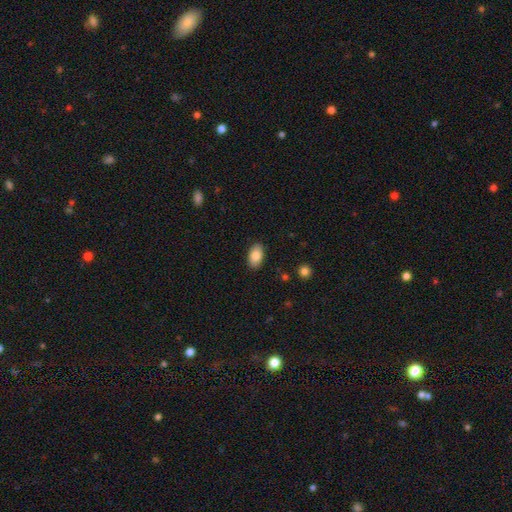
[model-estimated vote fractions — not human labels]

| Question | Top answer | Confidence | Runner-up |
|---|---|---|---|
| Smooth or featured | smooth | 86% | featured or disk (7%) |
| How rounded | in between | 93% | round (6%) |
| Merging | none | 88% | minor disturbance (9%) |